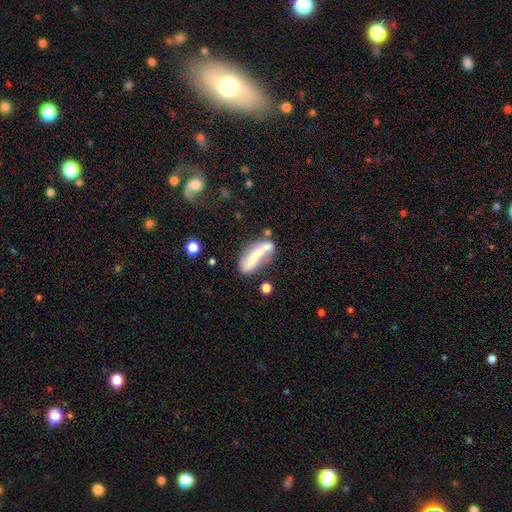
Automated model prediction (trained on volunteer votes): Overall: smooth (49%; featured or disk 43%). Merging: none (39%; minor disturbance 25%).